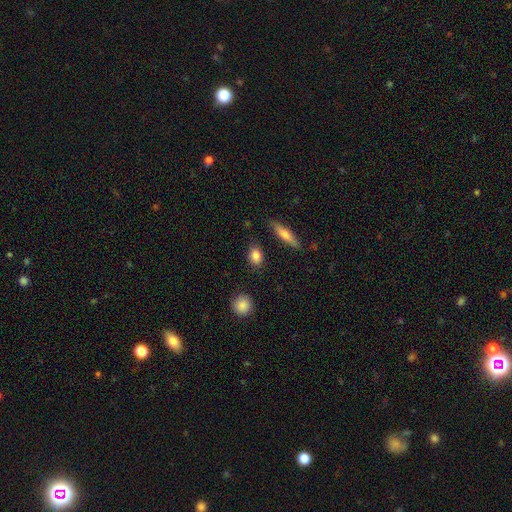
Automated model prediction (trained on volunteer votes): Smooth or featured: smooth — 84% (star or artifact — 9%)
How rounded: in between — 67% (round — 28%)
Merging: none — 83% (minor disturbance — 11%)